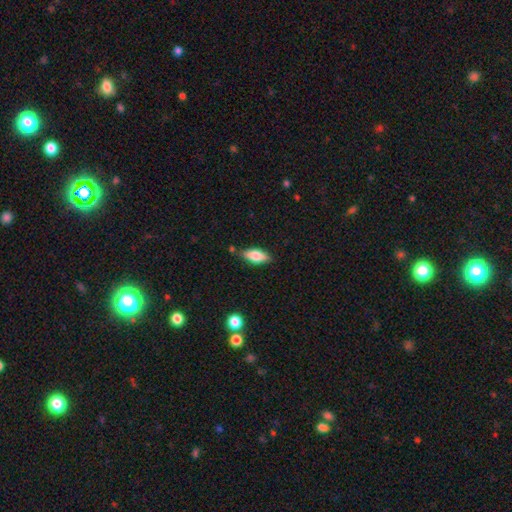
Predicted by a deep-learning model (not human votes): Morphology: type=smooth (70%); roundness=in between (75%); merging=none (79%).